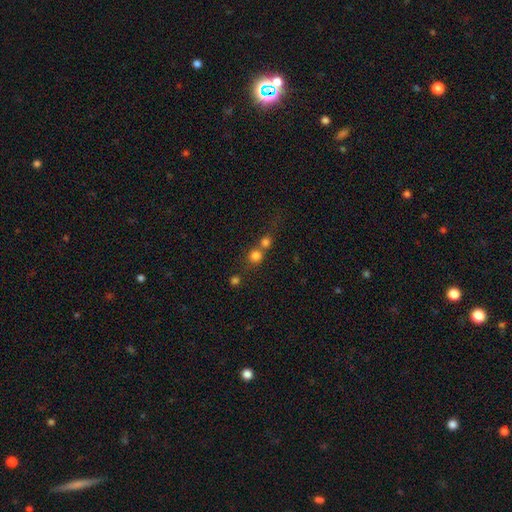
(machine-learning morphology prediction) Smooth or featured? Predicted: smooth (p=0.77). How rounded? Predicted: round (p=0.89). Merging? Predicted: merger (p=0.46).